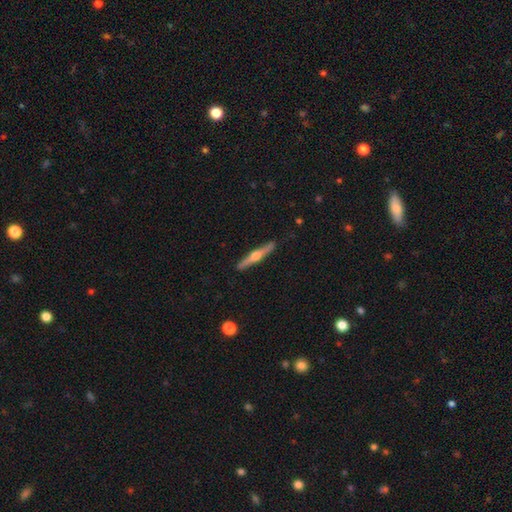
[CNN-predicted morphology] type=featured or disk (68%); edge-on=yes (97%); edge-on bulge=rounded (93%); merging=none (91%).